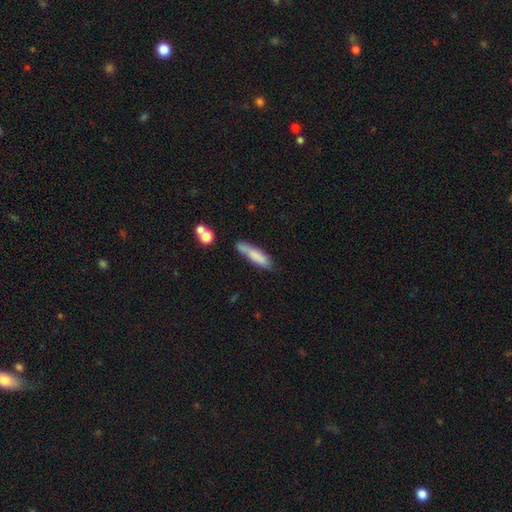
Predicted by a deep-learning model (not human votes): Overall: smooth (76%). How rounded: cigar-shaped (75%). Merging: none (62%; minor disturbance 23%).